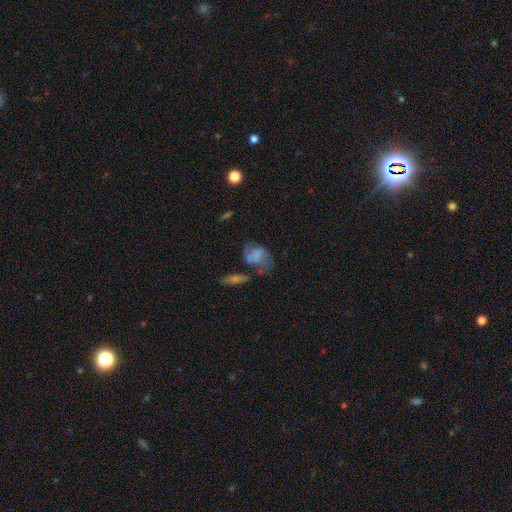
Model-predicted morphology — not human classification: Smooth or featured? smooth (49%)
Merging? none (35%)